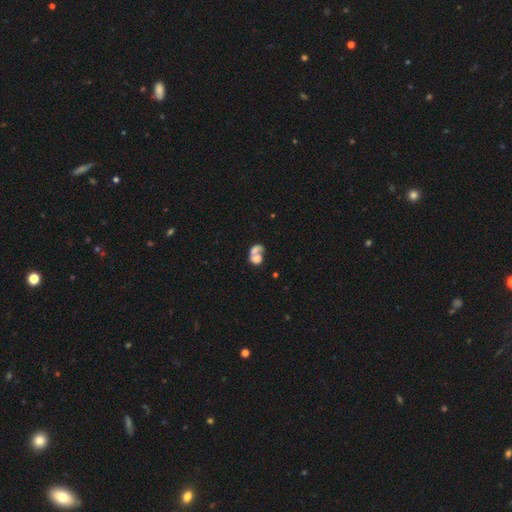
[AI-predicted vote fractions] Smooth or featured?
  - smooth: 51% *
  - featured or disk: 38%
  - star or artifact: 11%
How rounded?
  - in between: 65% *
  - round: 33%
  - cigar-shaped: 2%
Merging?
  - merger: 63% *
  - none: 17%
  - major disturbance: 13%
  - minor disturbance: 7%